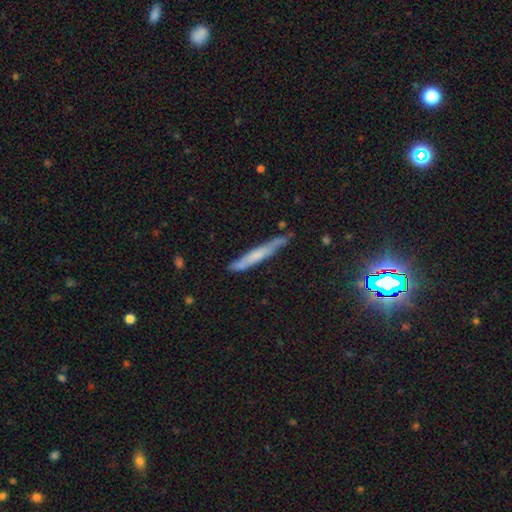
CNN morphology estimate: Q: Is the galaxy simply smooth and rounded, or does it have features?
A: smooth — 48%.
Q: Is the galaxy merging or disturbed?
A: none — 77%.